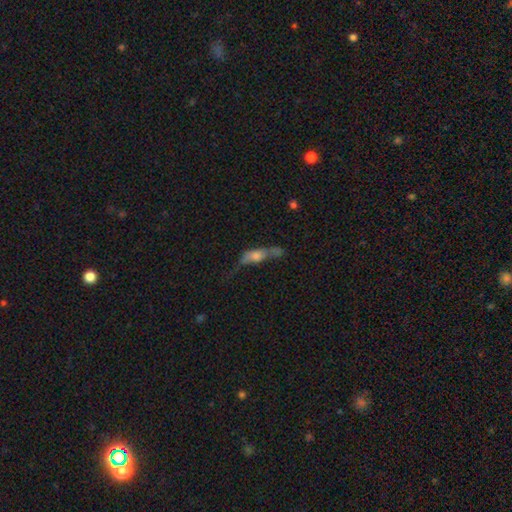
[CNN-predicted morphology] A smooth galaxy with no disk features (50%) that is cigar-shaped (48%).

Vote fractions:
- Smooth or featured? smooth: 50% / featured or disk: 40% / star or artifact: 9%
- How rounded? cigar-shaped: 48% / in between: 47% / round: 6%
- Merging? none: 33% / major disturbance: 30% / minor disturbance: 26% / merger: 11%